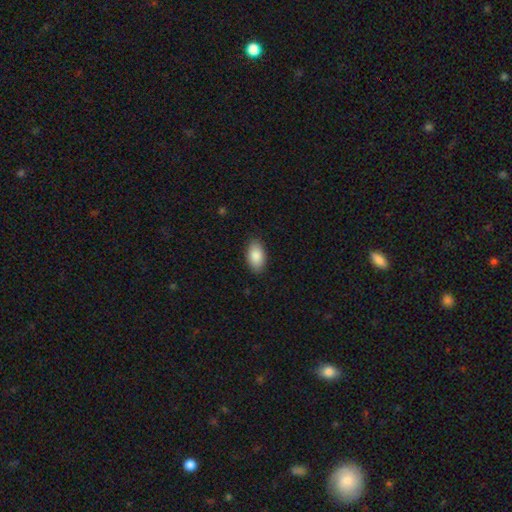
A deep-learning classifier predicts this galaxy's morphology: A smooth galaxy with no disk features (88%) that is in between round and cigar-shaped (94%). Merging: none (87%).